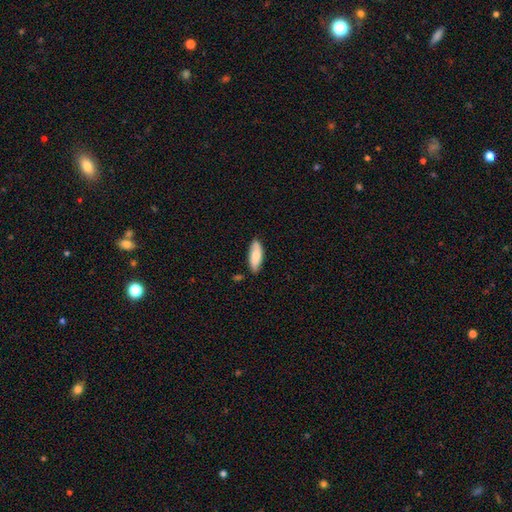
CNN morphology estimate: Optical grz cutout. It shows a smooth galaxy with no disk features (81%) that is in between round and cigar-shaped (70%). Merging: none (82%).